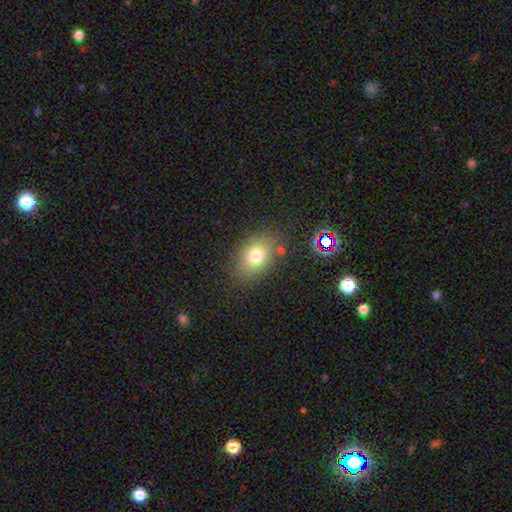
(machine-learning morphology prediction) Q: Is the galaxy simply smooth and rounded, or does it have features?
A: smooth — 76%.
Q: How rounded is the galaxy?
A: in between — 74%.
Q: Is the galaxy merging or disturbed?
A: none — 80%.